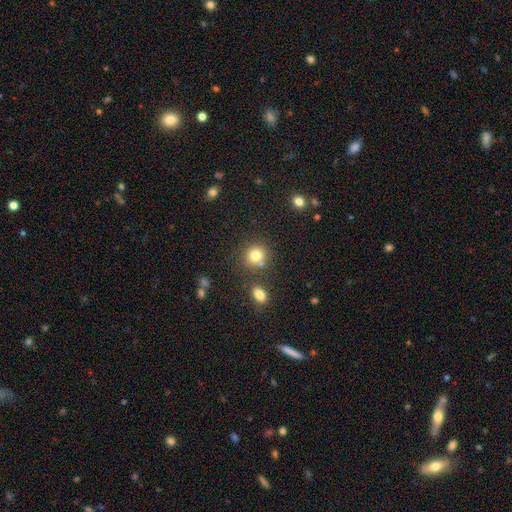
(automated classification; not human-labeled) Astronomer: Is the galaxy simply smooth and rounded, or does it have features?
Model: smooth — 80%.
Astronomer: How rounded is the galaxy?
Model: round — 84%.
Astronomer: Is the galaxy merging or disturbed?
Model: none — 68%.